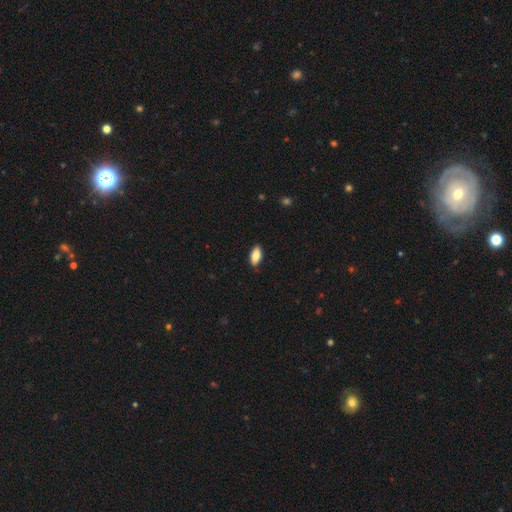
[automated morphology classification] This is clearly a smooth galaxy (84%). How rounded: clearly in between (89%). Merging: clearly none (87%).